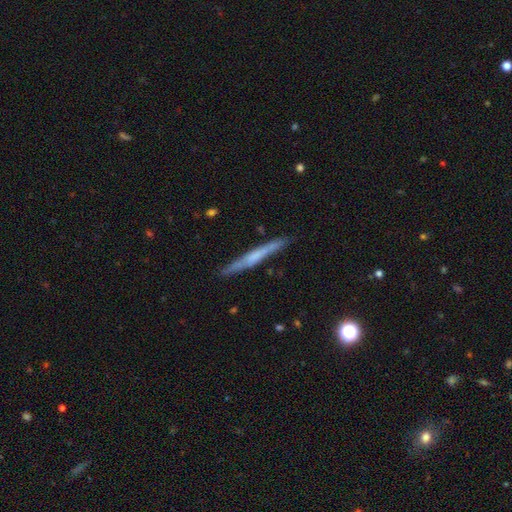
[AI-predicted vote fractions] This appears to be a featured or disk galaxy (55%) viewed edge-on (96%) with no central bulge (54%). Merging: none (87%).